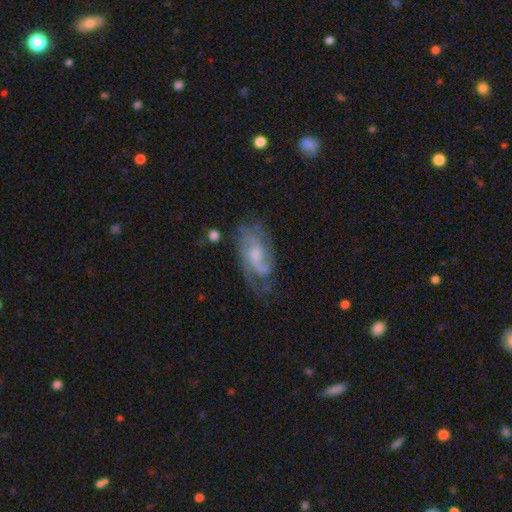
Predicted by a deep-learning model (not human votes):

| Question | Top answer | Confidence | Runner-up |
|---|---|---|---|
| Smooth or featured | featured or disk | 80% | smooth (14%) |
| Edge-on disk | no | 95% | yes (5%) |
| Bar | no | 56% | weak (38%) |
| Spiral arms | yes | 93% | no (7%) |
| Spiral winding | medium | 45% | tight (38%) |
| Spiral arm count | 2 | 48% | can't tell (24%) |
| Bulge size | moderate | 42% | small (37%) |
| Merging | none | 62% | minor disturbance (22%) |